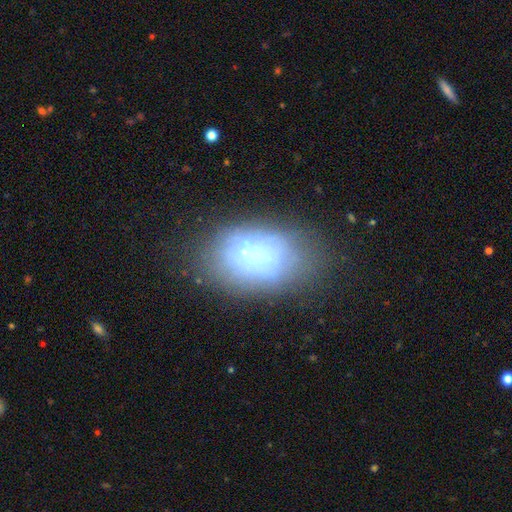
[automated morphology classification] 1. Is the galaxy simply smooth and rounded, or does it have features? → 52% smooth, 33% featured or disk, 15% star or artifact.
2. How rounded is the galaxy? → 83% in between, 15% round, 2% cigar-shaped.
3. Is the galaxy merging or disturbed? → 48% none, 24% minor disturbance, 18% major disturbance, 9% merger.